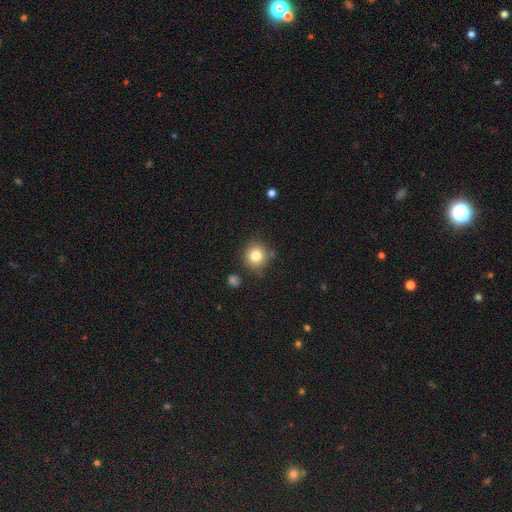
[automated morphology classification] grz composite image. It shows a smooth galaxy with no disk features (80%) that is round (90%). Merging: none (81%).